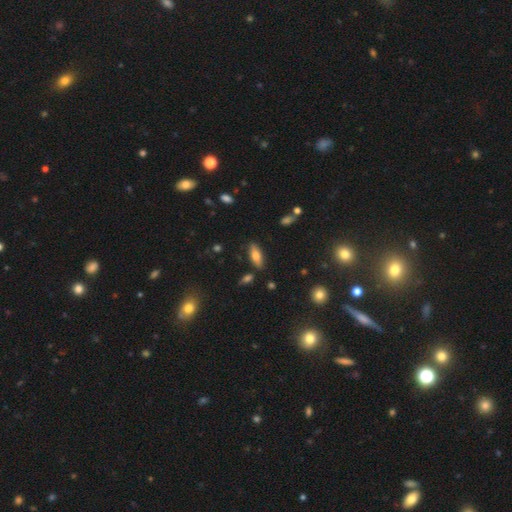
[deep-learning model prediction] The model was most divided on "how rounded": in between: 70%, cigar-shaped: 28%, round: 2%. More confident: merging — none (82%); smooth or featured — smooth (71%).